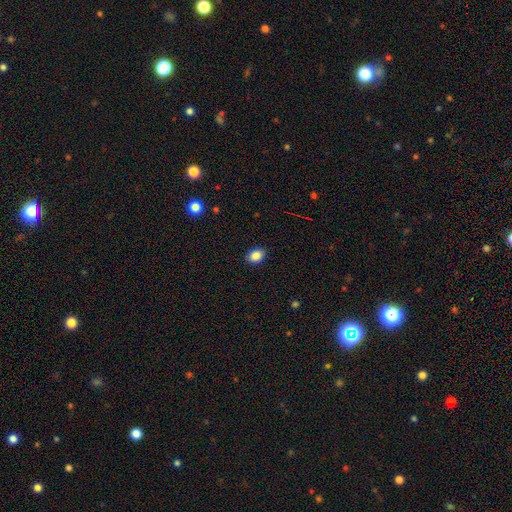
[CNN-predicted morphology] Q: Smooth or featured?
A: smooth (87%); runner-up: star or artifact (9%)
Q: How rounded?
A: in between (68%); runner-up: round (31%)
Q: Merging?
A: none (89%); runner-up: minor disturbance (8%)